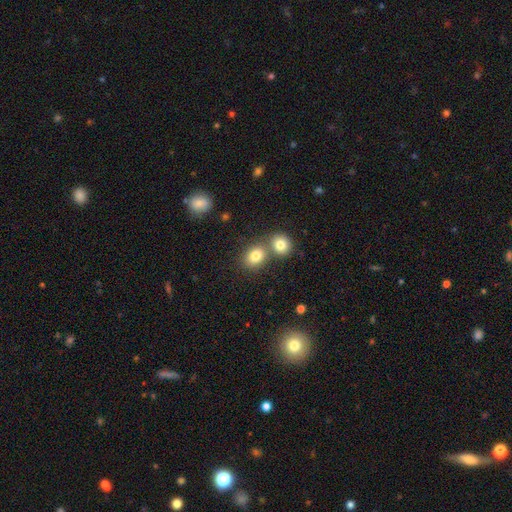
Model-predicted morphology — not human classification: This is clearly a smooth galaxy (81%). How rounded: possibly round (57%). Merging: possibly none (55%).